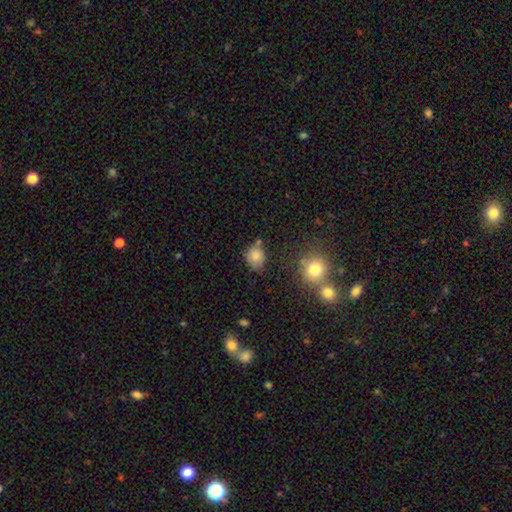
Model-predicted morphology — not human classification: Smooth or featured? smooth (82%)
How rounded? round (64%)
Merging? none (63%)